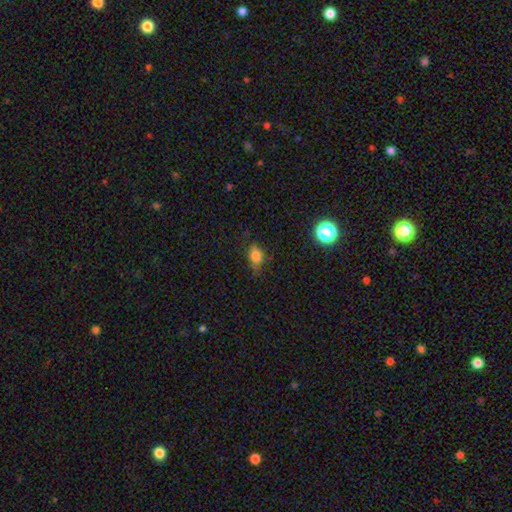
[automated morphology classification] Overall: smooth (76%). How rounded: in between (73%). Merging: none (59%; minor disturbance 29%).